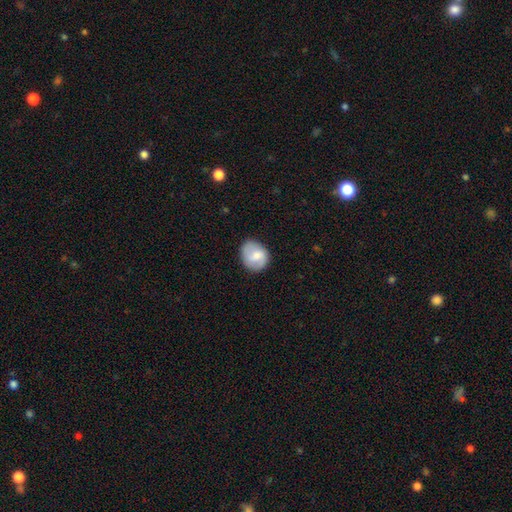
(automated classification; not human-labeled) smooth_or_featured: smooth (p=0.66) [alt: featured or disk p=0.27]
how_rounded: round (p=0.62) [alt: in between p=0.37]
merging: none (p=0.73) [alt: minor disturbance p=0.20]